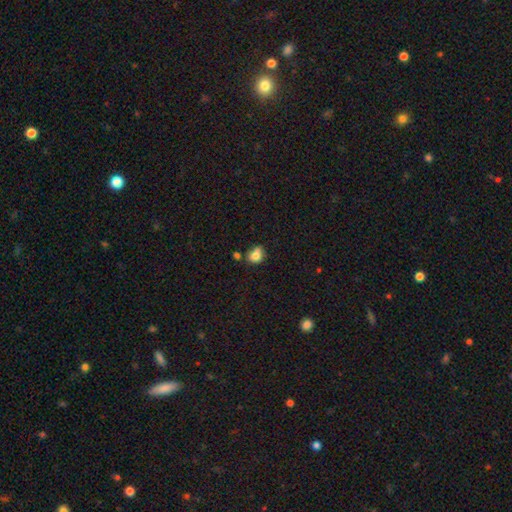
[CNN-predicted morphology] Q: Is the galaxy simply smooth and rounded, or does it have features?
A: smooth — 77%.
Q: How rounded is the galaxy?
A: round — 50%.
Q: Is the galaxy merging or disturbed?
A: none — 44%.